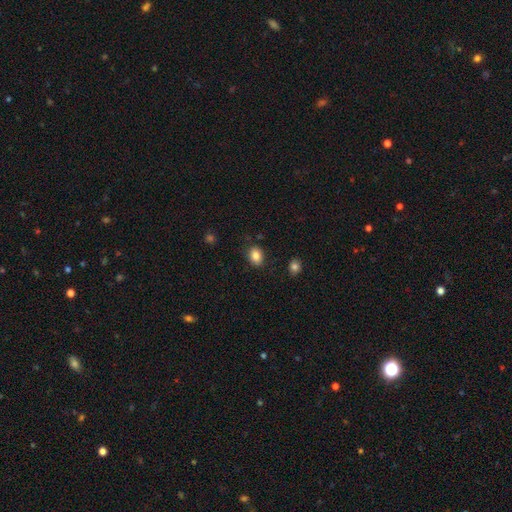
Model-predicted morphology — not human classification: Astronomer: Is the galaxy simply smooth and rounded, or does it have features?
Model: smooth — 85%.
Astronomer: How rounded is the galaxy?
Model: in between — 67%.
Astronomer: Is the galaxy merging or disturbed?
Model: none — 82%.